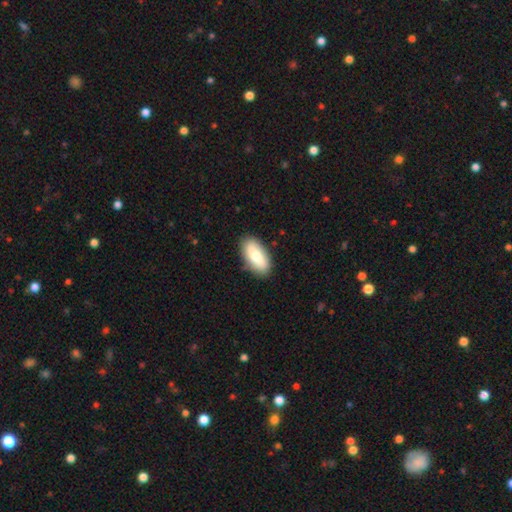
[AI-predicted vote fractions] The model was most divided on "smooth or featured": smooth: 72%, featured or disk: 22%, star or artifact: 6%. More confident: how rounded — in between (90%); merging — none (87%).